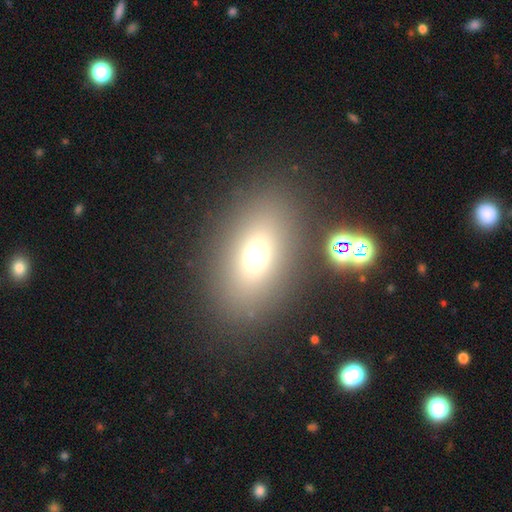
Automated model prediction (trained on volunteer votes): Smooth or featured? smooth (67%)
How rounded? in between (80%)
Merging? none (83%)